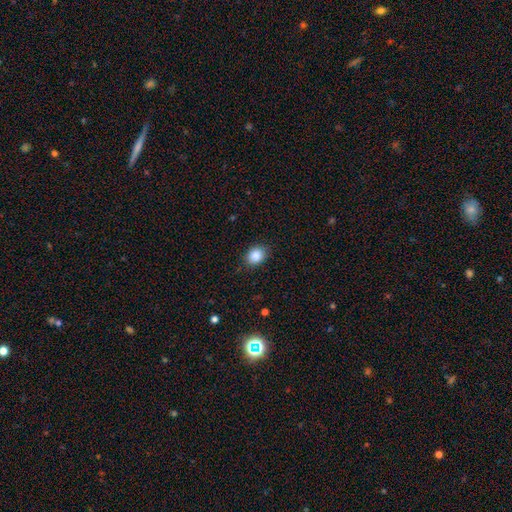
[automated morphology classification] smooth_or_featured: smooth (p=0.86) [alt: star or artifact p=0.09]
how_rounded: in between (p=0.52) [alt: round p=0.47]
merging: none (p=0.85) [alt: minor disturbance p=0.12]